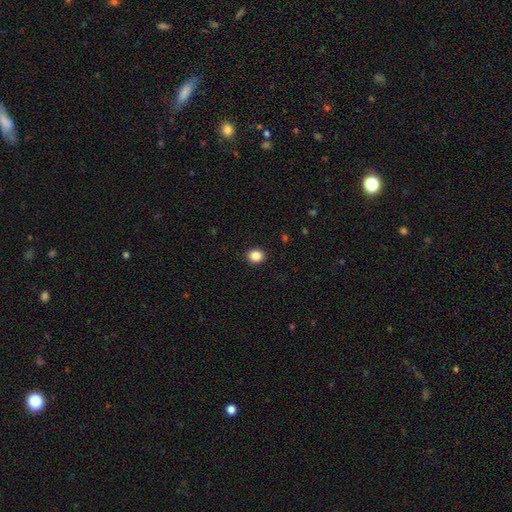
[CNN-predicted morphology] Smooth or featured: smooth — 87% (star or artifact — 9%)
How rounded: round — 63% (in between — 36%)
Merging: none — 91% (minor disturbance — 6%)